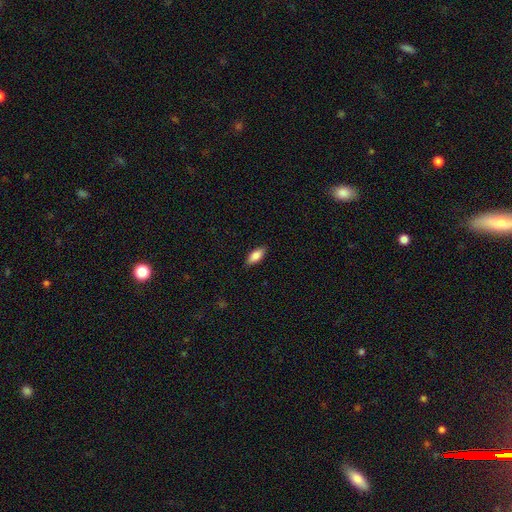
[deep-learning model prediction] Smooth or featured: smooth — 82% (featured or disk — 11%)
How rounded: in between — 80% (cigar-shaped — 18%)
Merging: none — 87% (minor disturbance — 10%)